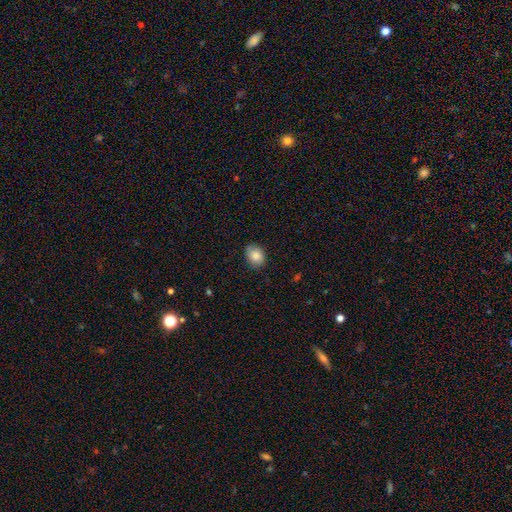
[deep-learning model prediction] Q: Smooth or featured?
A: smooth (85%); runner-up: star or artifact (8%)
Q: How rounded?
A: in between (63%); runner-up: round (36%)
Q: Merging?
A: none (80%); runner-up: minor disturbance (16%)